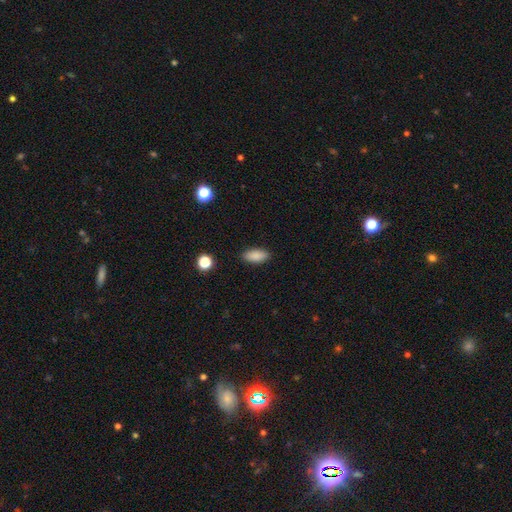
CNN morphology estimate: Smooth or featured? smooth (87%)
How rounded? in between (88%)
Merging? none (88%)